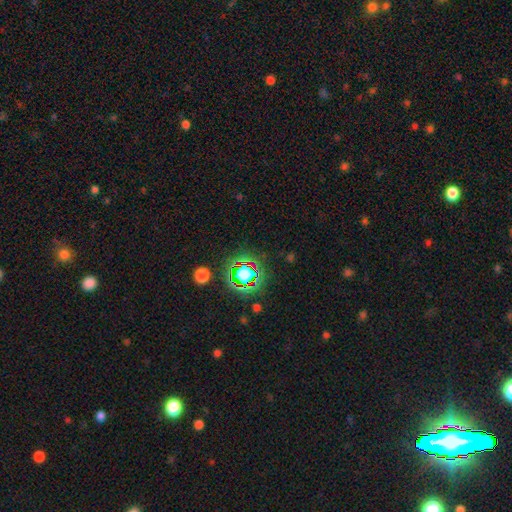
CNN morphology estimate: type=star or artifact (74%).